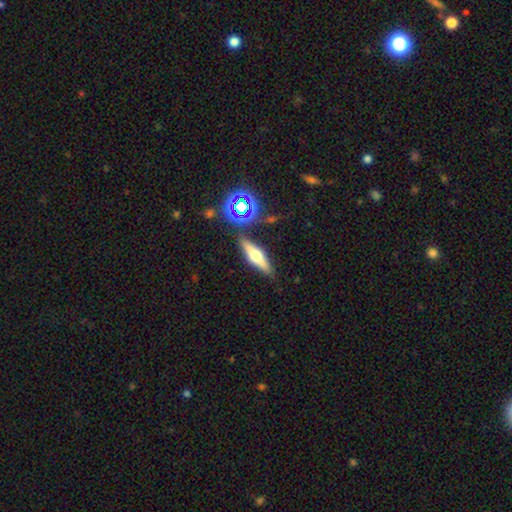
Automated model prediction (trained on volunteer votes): A featured or disk galaxy (53%) viewed edge-on (91%). Merging: none (84%).